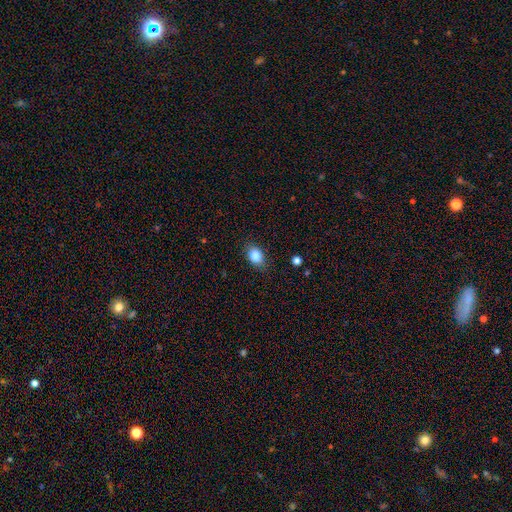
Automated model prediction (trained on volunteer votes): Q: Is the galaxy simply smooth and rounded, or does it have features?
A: smooth — 84%.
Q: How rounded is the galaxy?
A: in between — 74%.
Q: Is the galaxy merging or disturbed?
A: none — 85%.